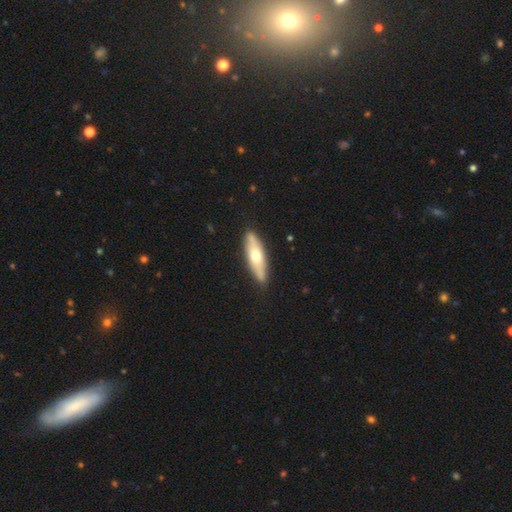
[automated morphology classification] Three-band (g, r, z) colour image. It shows a smooth galaxy with no disk features (50%) that is cigar-shaped (61%). Merging: none (85%).